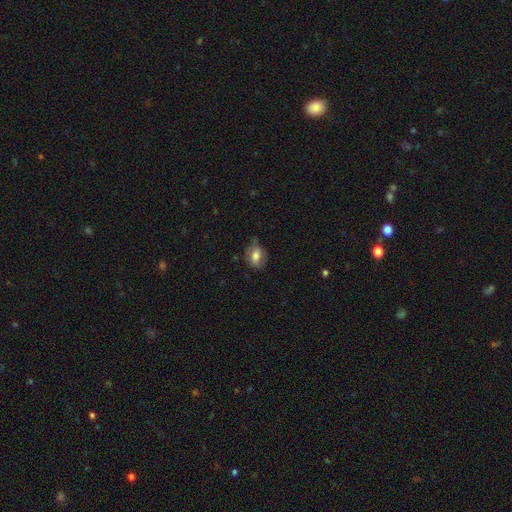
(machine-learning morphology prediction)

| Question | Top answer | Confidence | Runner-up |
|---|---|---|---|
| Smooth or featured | smooth | 71% | featured or disk (20%) |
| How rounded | in between | 66% | round (33%) |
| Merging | none | 62% | minor disturbance (28%) |